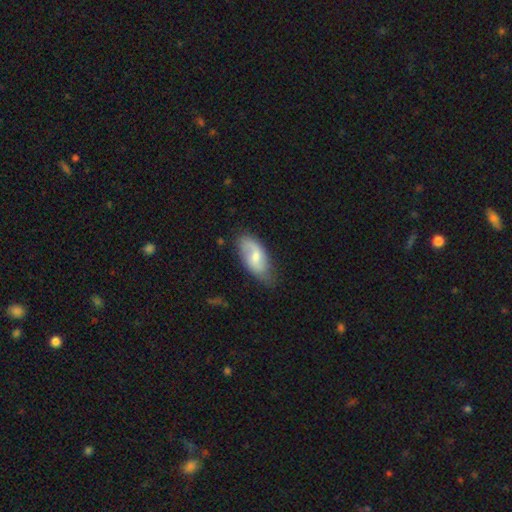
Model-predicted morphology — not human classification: Smooth or featured?
  - featured or disk: 53% *
  - smooth: 41%
  - star or artifact: 6%
Edge-on disk?
  - no: 93% *
  - yes: 7%
Merging?
  - none: 66% *
  - minor disturbance: 26%
  - major disturbance: 6%
  - merger: 2%